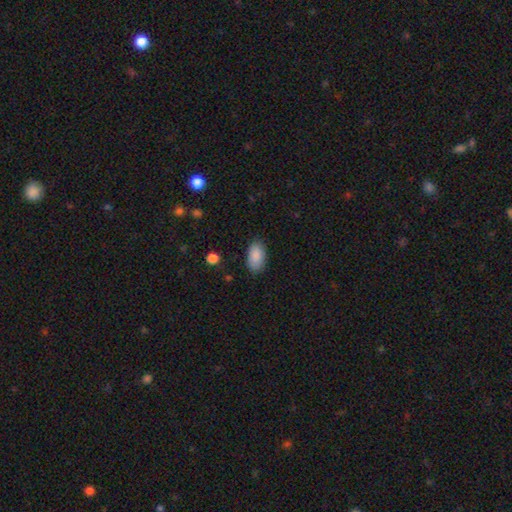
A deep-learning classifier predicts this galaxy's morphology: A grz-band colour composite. It shows a smooth galaxy with no disk features (89%) that is in between round and cigar-shaped (95%). Merging: none (84%).